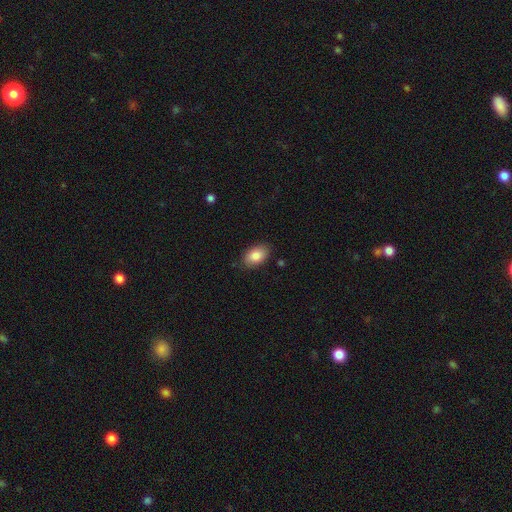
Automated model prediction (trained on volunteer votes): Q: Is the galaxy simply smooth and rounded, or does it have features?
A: smooth — 85%.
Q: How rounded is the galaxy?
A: in between — 89%.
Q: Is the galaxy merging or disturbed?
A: none — 84%.